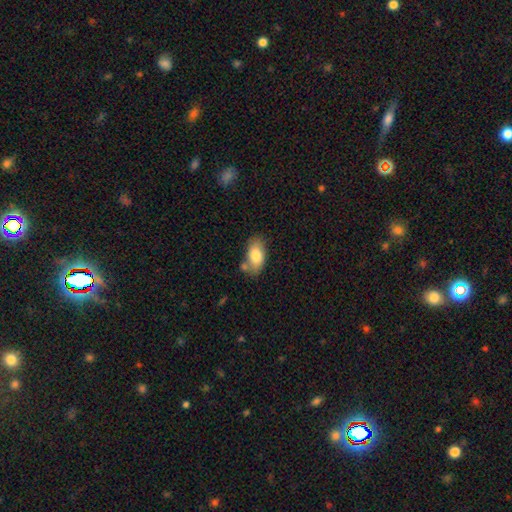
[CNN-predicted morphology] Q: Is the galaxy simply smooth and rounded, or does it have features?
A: smooth — 80%.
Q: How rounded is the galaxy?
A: in between — 92%.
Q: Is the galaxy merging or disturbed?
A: none — 65%.